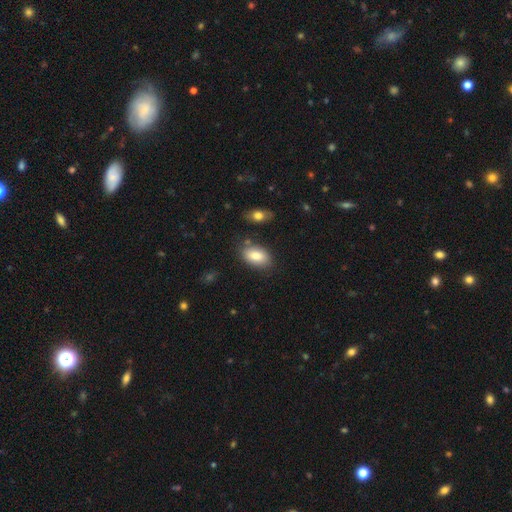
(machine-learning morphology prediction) Smooth or featured?
  - smooth: 83% *
  - featured or disk: 11%
  - star or artifact: 7%
How rounded?
  - in between: 92% *
  - round: 6%
  - cigar-shaped: 2%
Merging?
  - none: 76% *
  - minor disturbance: 15%
  - merger: 6%
  - major disturbance: 4%